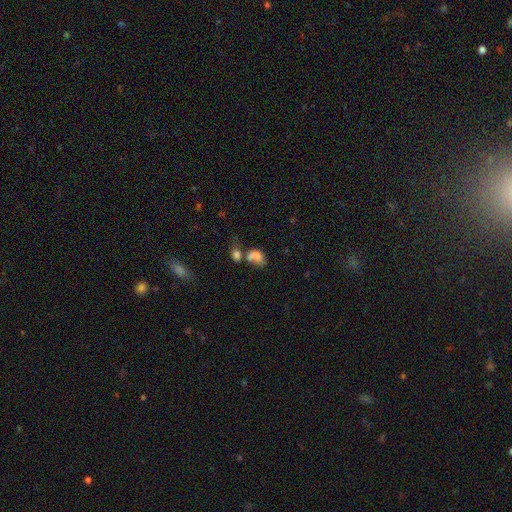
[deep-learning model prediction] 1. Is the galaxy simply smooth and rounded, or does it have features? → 69% smooth, 19% featured or disk, 11% star or artifact.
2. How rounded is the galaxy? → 72% in between, 26% round, 2% cigar-shaped.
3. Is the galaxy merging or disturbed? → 56% merger, 20% none, 12% minor disturbance, 12% major disturbance.